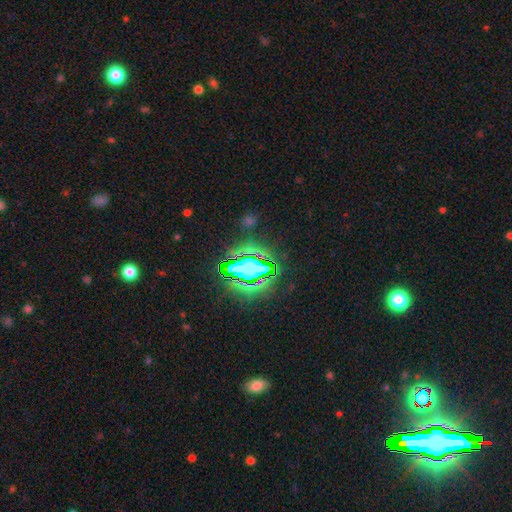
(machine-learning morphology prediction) Overall: star or artifact (81%).